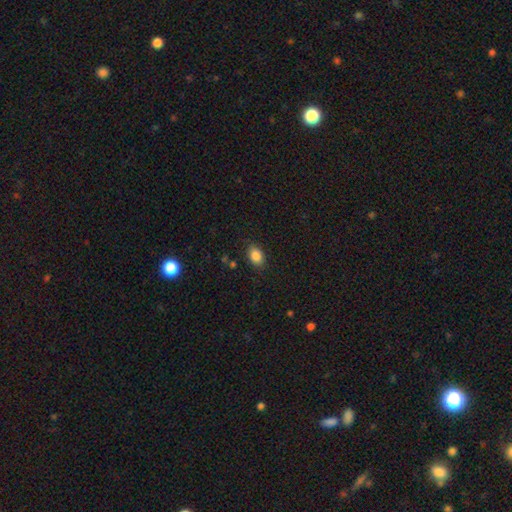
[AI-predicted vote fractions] Q: Smooth or featured?
A: smooth (86%); runner-up: star or artifact (9%)
Q: How rounded?
A: in between (83%); runner-up: round (15%)
Q: Merging?
A: none (85%); runner-up: minor disturbance (11%)